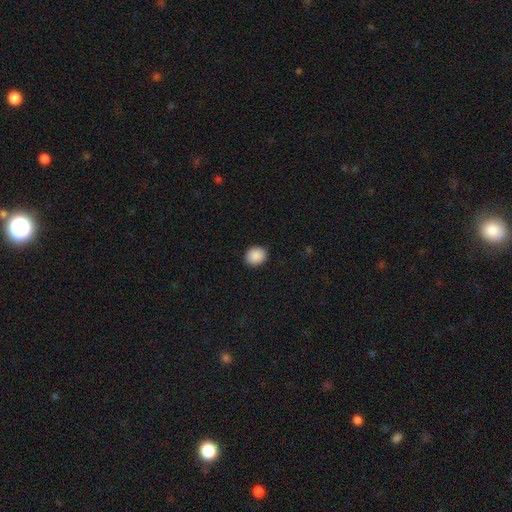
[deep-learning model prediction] The model was most divided on "how rounded": round: 73%, in between: 26%, cigar-shaped: 1%. More confident: merging — none (91%); smooth or featured — smooth (90%).